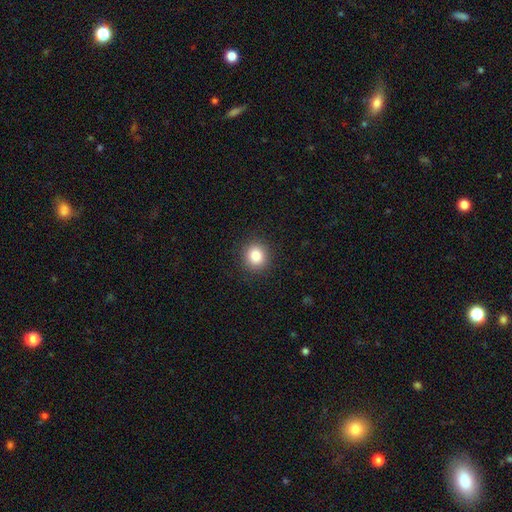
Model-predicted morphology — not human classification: smooth 85%, star or artifact 10%, featured or disk 5%. Down the decision tree: how rounded — round (86%); merging — none (91%).